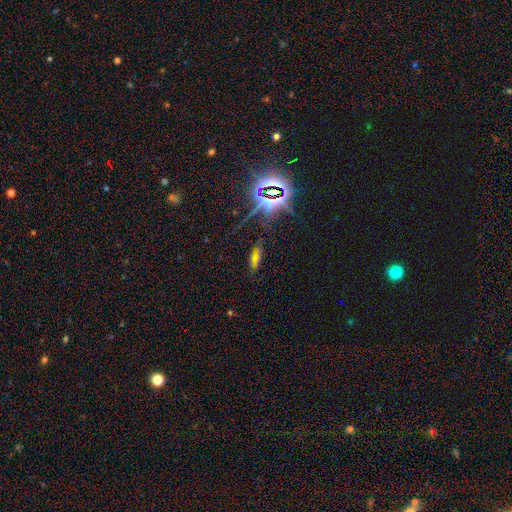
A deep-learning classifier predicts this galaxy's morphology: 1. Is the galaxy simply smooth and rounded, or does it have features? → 54% star or artifact, 28% smooth, 18% featured or disk.